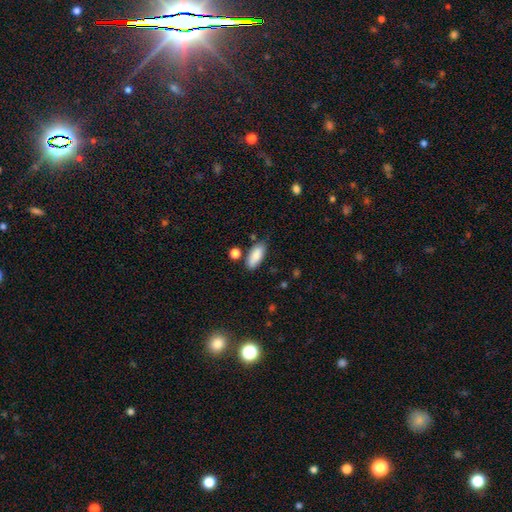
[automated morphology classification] The model was most divided on "merging": none: 73%, minor disturbance: 17%, merger: 6%, major disturbance: 4%. More confident: smooth or featured — smooth (86%); how rounded — in between (82%).